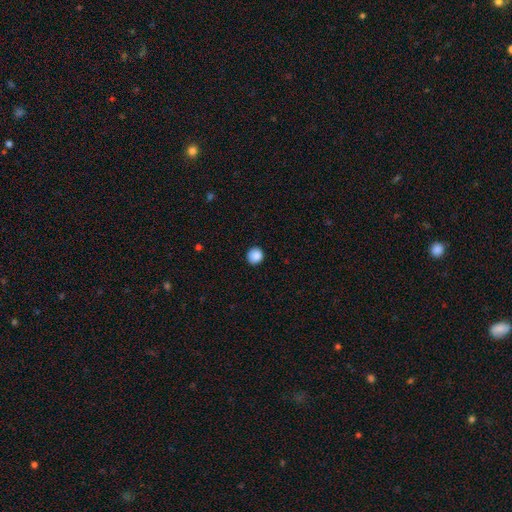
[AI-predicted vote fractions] smooth-or-featured: smooth: 88% | star or artifact: 9% | featured or disk: 3%
  how-rounded: round: 91% | in between: 8% | cigar-shaped: 1%
  merging: none: 90% | minor disturbance: 7% | major disturbance: 2% | merger: 1%